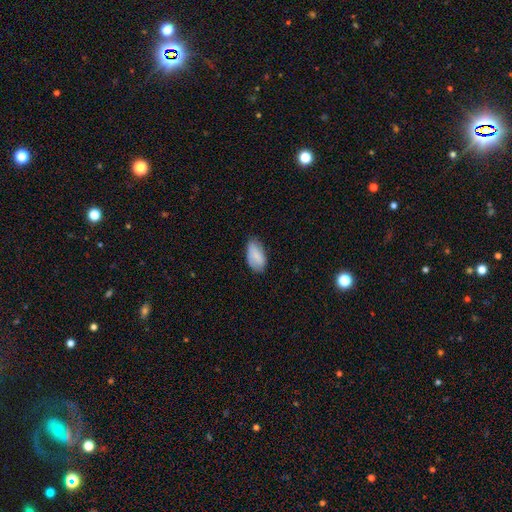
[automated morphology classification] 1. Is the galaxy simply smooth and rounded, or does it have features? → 82% smooth, 11% featured or disk, 6% star or artifact.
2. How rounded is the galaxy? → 94% in between, 3% round, 3% cigar-shaped.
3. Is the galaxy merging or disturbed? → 69% none, 26% minor disturbance, 4% major disturbance, 1% merger.